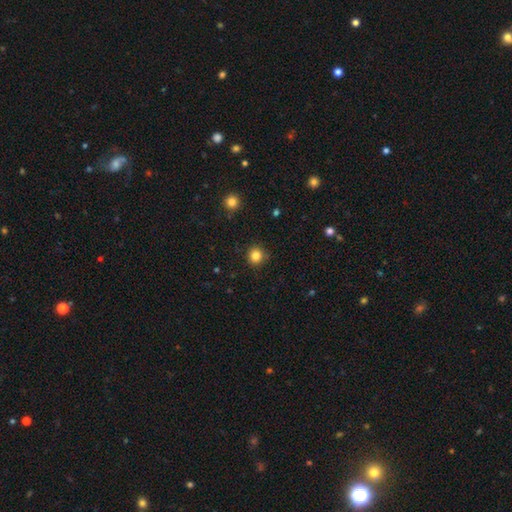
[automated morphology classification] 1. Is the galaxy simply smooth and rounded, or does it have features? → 83% smooth, 12% star or artifact, 5% featured or disk.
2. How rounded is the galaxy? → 93% round, 7% in between, 1% cigar-shaped.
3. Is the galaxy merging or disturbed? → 88% none, 8% minor disturbance, 2% major disturbance, 2% merger.